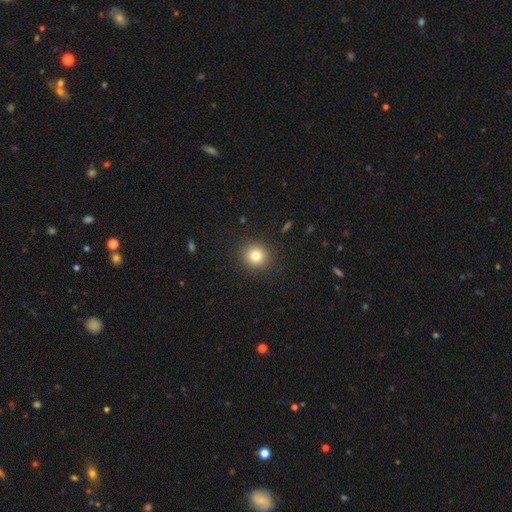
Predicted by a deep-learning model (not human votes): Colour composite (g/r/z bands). It shows a smooth galaxy with no disk features (80%) that is round (91%). Merging: none (91%).